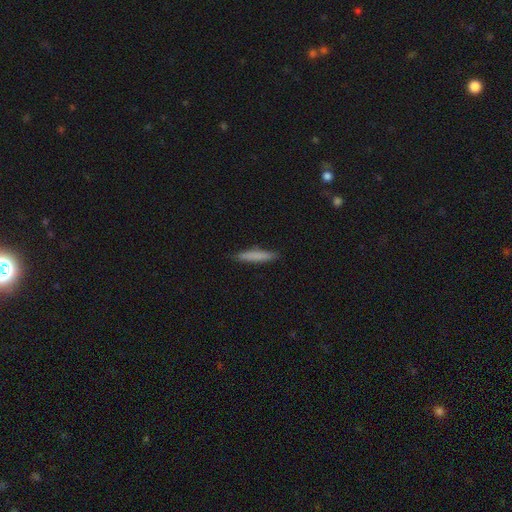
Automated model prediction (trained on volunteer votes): Smooth or featured: smooth — 79% (featured or disk — 15%)
How rounded: cigar-shaped — 92% (in between — 6%)
Merging: none — 89% (minor disturbance — 9%)